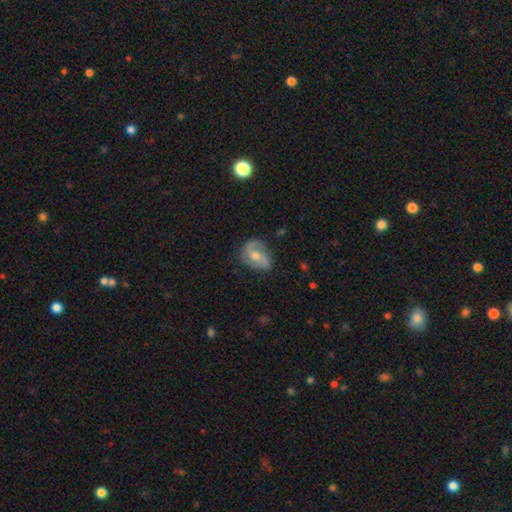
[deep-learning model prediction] This appears to be a featured or disk galaxy (69%) with no bar (51%), 2 (77%) medium (43%) spiral arms (85%) and a moderate central bulge (68%). Merging: none (67%).